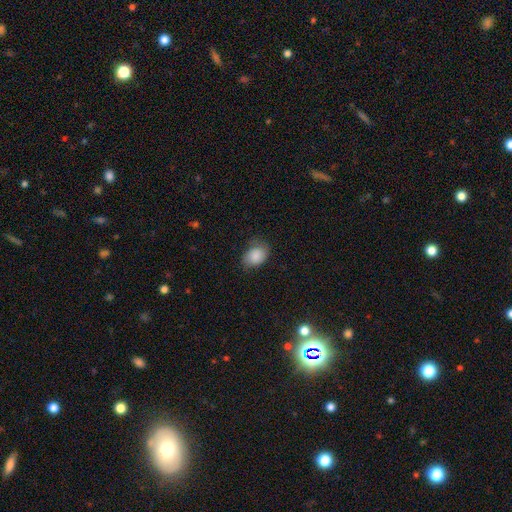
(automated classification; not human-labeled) Smooth or featured: smooth — 85% (featured or disk — 8%)
How rounded: in between — 73% (round — 26%)
Merging: none — 68% (minor disturbance — 24%)